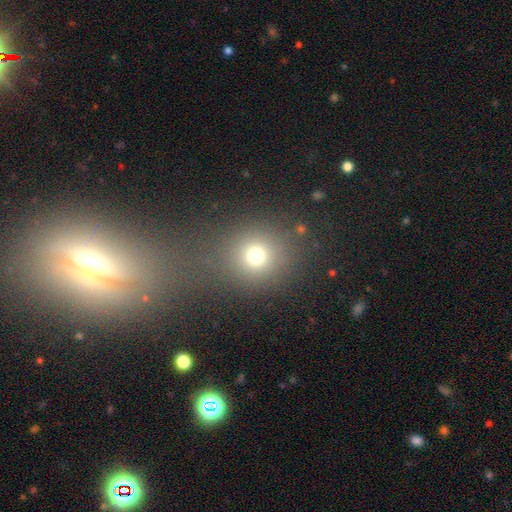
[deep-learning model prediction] smooth 72%, star or artifact 18%, featured or disk 10%. Down the decision tree: how rounded — round (80%); merging — none (61%).